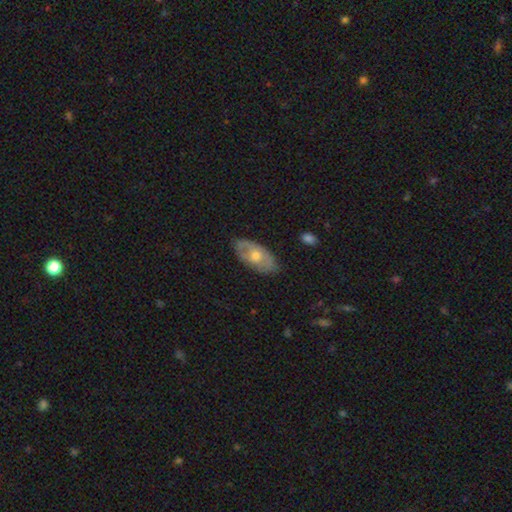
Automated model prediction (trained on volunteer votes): A featured or disk galaxy (49%). Merging: none (75%).